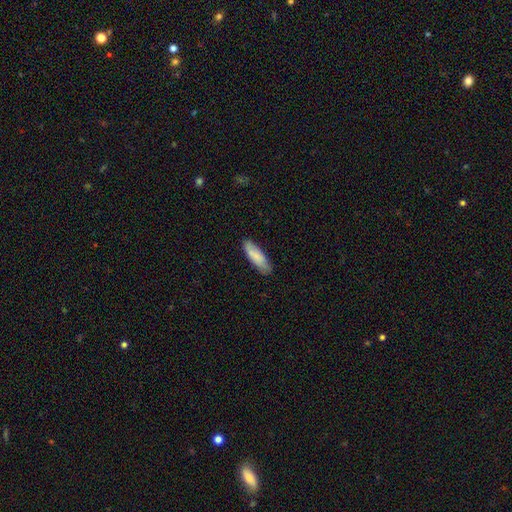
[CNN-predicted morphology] smooth_or_featured: smooth (p=0.81) [alt: featured or disk p=0.13]
how_rounded: in between (p=0.54) [alt: cigar-shaped p=0.45]
merging: none (p=0.79) [alt: minor disturbance p=0.17]